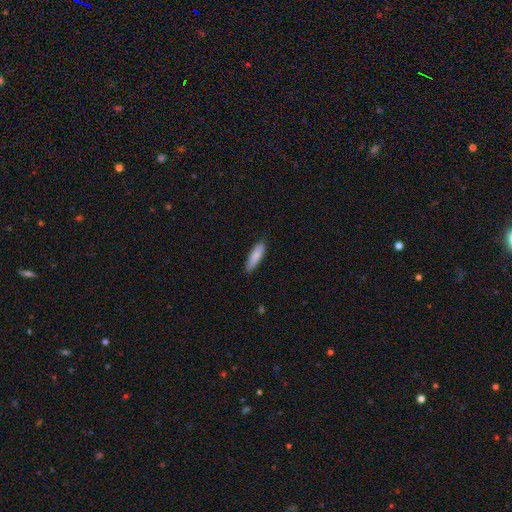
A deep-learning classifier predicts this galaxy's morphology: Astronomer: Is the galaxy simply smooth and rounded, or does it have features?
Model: smooth — 85%.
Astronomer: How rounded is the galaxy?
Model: cigar-shaped — 62%.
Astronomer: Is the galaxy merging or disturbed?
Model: none — 82%.